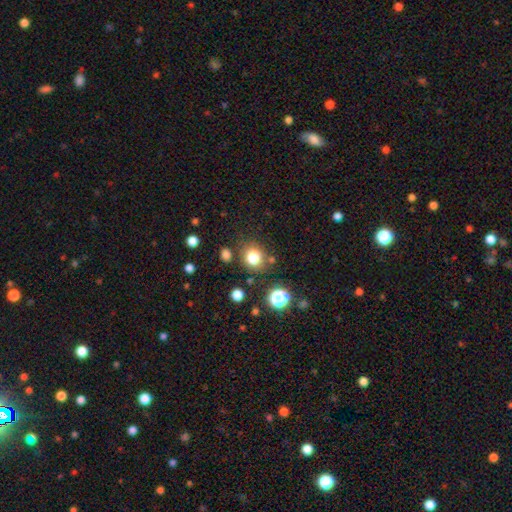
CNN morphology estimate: A smooth galaxy with no disk features (79%) that is round (79%). Merging: none (78%).